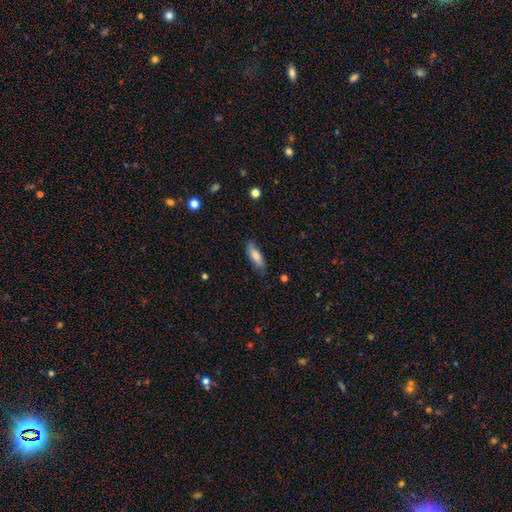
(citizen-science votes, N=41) Morphology: type=smooth (73%); roundness=cigar-shaped (57%); merging=none (76%).